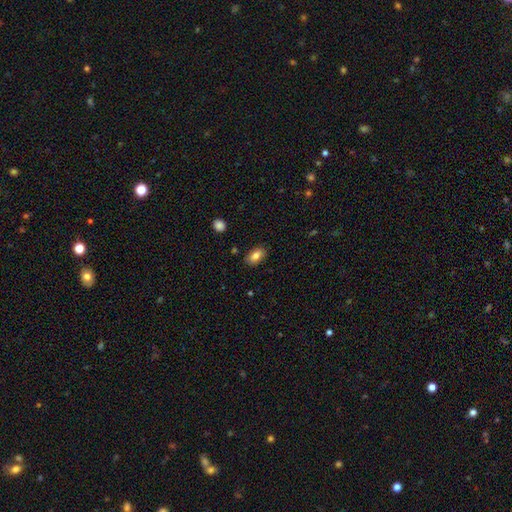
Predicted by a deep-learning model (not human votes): Morphology: type=smooth (82%); roundness=in between (90%); merging=none (86%).